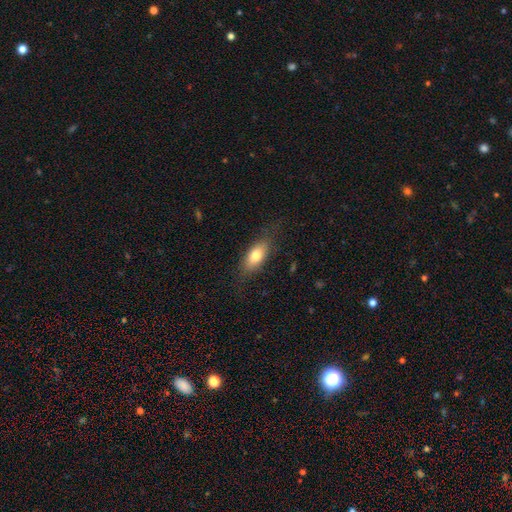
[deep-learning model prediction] Smooth or featured?
  - smooth: 74% *
  - featured or disk: 19%
  - star or artifact: 7%
How rounded?
  - in between: 81% *
  - cigar-shaped: 14%
  - round: 4%
Merging?
  - none: 77% *
  - minor disturbance: 16%
  - major disturbance: 6%
  - merger: 1%